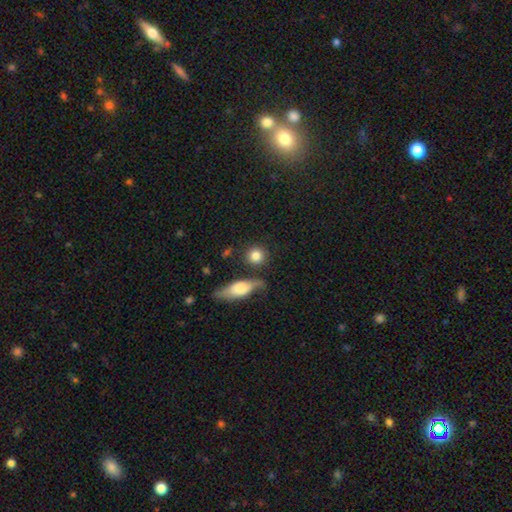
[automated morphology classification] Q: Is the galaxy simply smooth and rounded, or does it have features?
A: smooth — 82%.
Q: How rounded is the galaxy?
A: round — 88%.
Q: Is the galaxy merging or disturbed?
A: none — 75%.